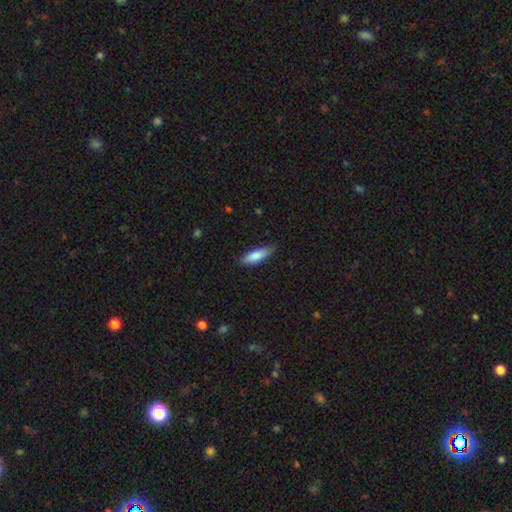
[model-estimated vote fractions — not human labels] Overall: smooth (81%). How rounded: cigar-shaped (50%; in between 48%). Merging: none (79%).